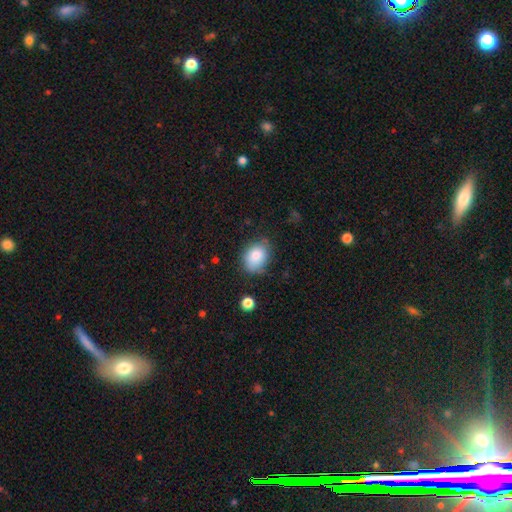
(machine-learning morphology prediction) Smooth or featured?
  - smooth: 83% *
  - featured or disk: 9%
  - star or artifact: 8%
How rounded?
  - in between: 67% *
  - round: 32%
  - cigar-shaped: 1%
Merging?
  - none: 70% *
  - minor disturbance: 22%
  - major disturbance: 5%
  - merger: 3%